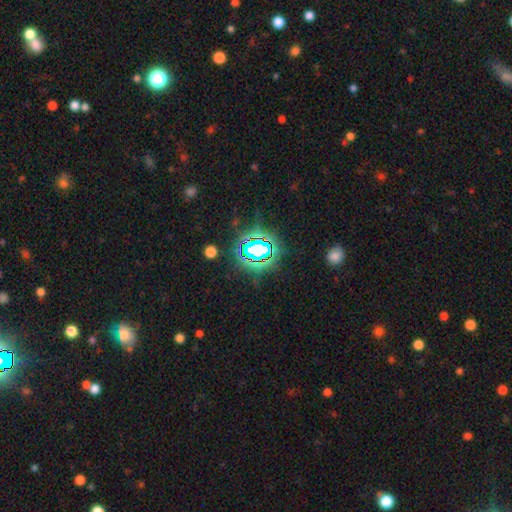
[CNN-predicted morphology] This appears to be a star or artifact, not a galaxy (75%).